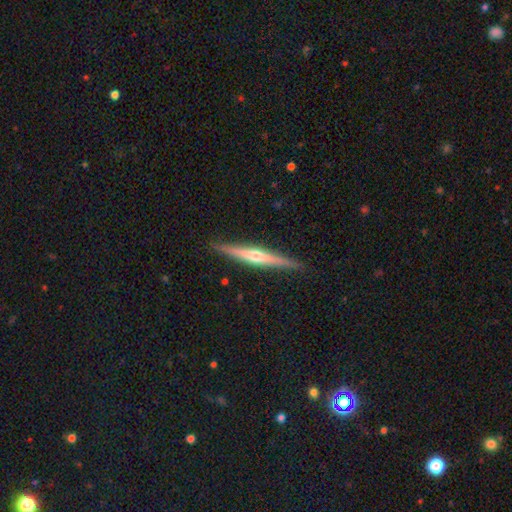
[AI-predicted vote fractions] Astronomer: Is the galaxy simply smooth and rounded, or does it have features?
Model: featured or disk — 71%.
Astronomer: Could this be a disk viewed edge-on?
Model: yes — 98%.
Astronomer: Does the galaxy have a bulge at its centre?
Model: rounded — 81%.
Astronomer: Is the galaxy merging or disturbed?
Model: none — 91%.